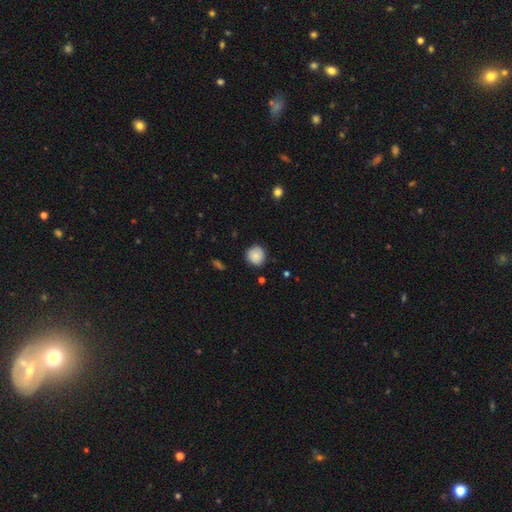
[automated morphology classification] Q: Smooth or featured?
A: smooth (85%); runner-up: star or artifact (8%)
Q: How rounded?
A: round (92%); runner-up: in between (7%)
Q: Merging?
A: none (83%); runner-up: minor disturbance (13%)